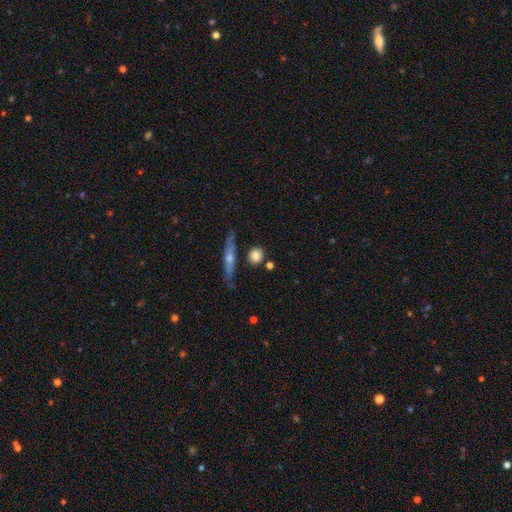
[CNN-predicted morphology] This appears to be a smooth galaxy with no disk features (77%) that is round (74%). Merging: none (77%).